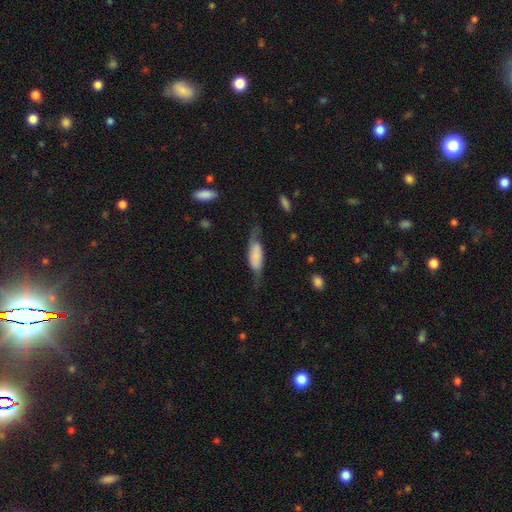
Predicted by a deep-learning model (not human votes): This is possibly a featured or disk galaxy (48%). Merging: possibly none (51%).